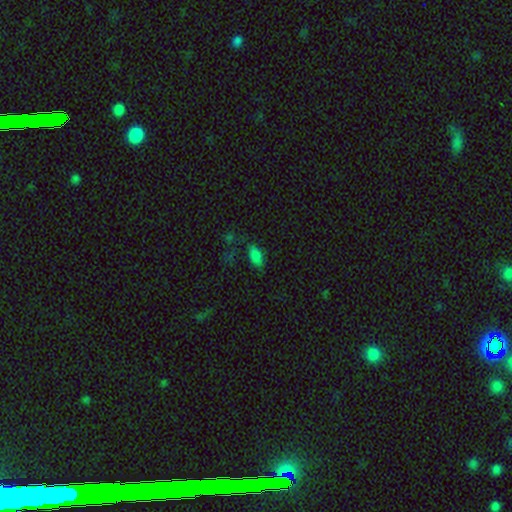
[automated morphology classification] This is likely a smooth galaxy (79%). How rounded: clearly in between (91%). Merging: likely none (67%).